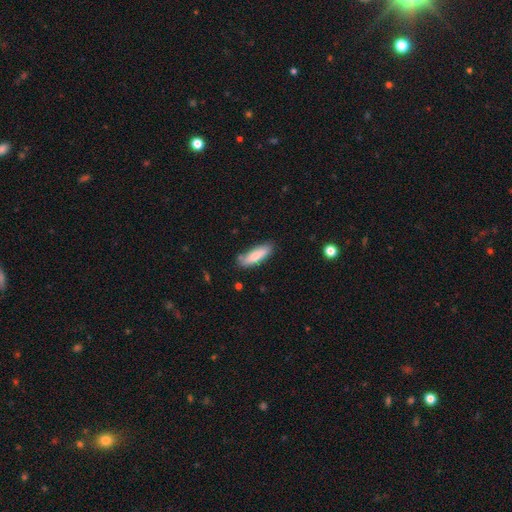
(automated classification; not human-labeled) This appears to be a smooth galaxy with no disk features (78%) that is cigar-shaped (50%). Merging: none (79%).